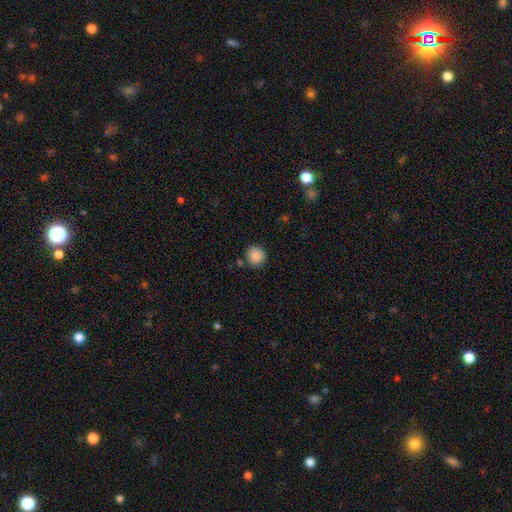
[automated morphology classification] type=smooth (89%); roundness=round (91%); merging=none (86%).